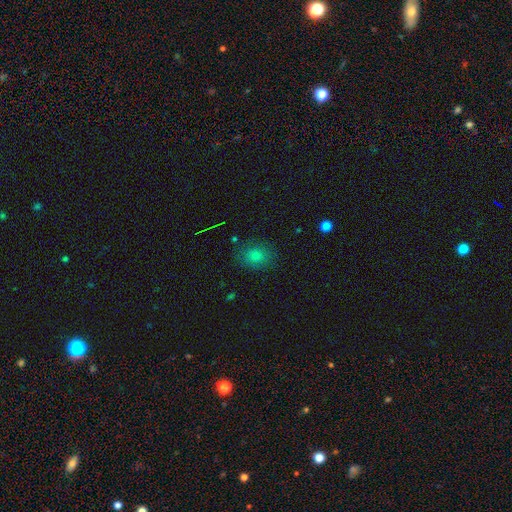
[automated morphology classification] type=smooth (71%); roundness=round (51%); merging=none (83%).